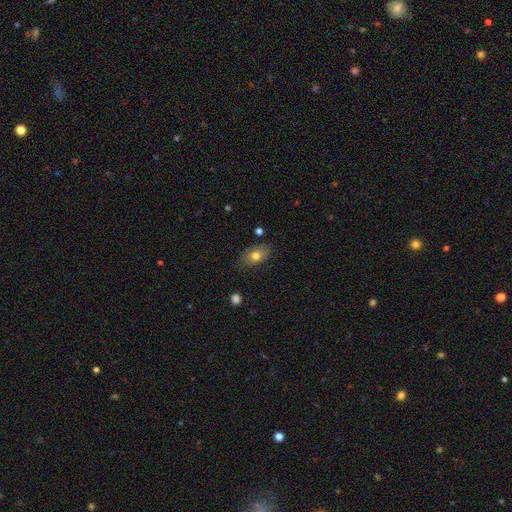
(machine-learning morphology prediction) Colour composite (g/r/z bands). It shows a smooth galaxy with no disk features (72%) that is in between round and cigar-shaped (87%). Merging: none (74%).